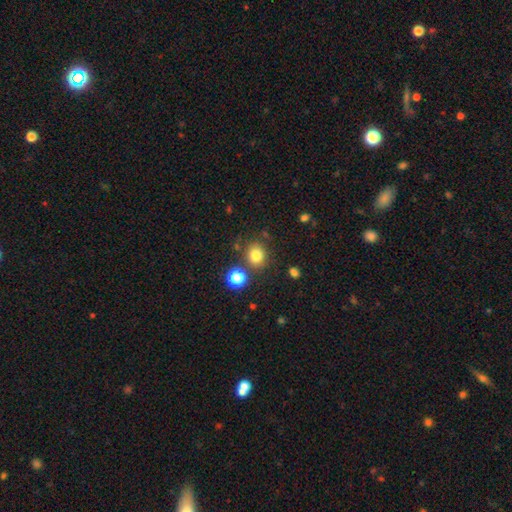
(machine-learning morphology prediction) type=smooth (80%); roundness=round (78%); merging=none (80%).